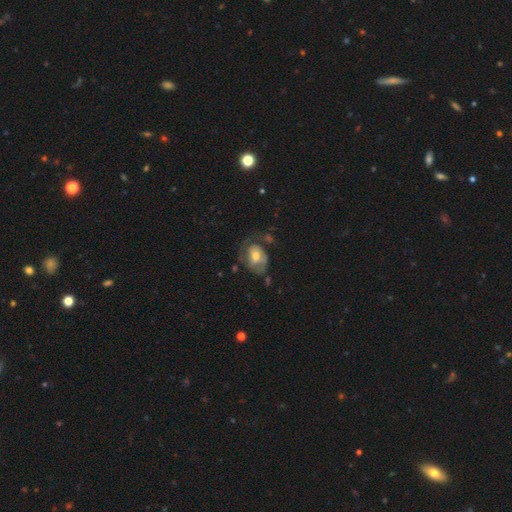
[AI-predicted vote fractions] featured or disk 52%, smooth 40%, star or artifact 7%. Down the decision tree: edge-on disk — no (96%); bar — no (65%); spiral arms — yes (65%); bulge size — moderate (64%); merging — none (41%).